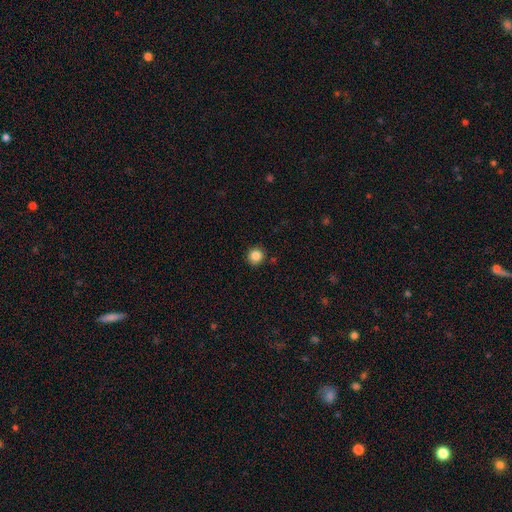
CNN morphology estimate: Q: Smooth or featured?
A: smooth (85%); runner-up: star or artifact (11%)
Q: How rounded?
A: round (93%); runner-up: in between (6%)
Q: Merging?
A: none (90%); runner-up: minor disturbance (7%)